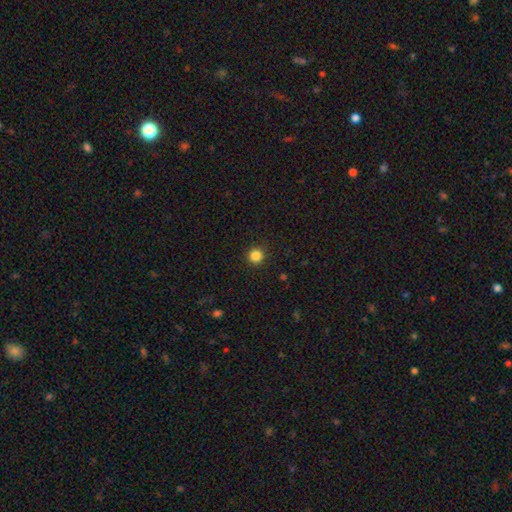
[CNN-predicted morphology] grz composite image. It shows a smooth galaxy with no disk features (85%) that is round (95%). Merging: none (93%).